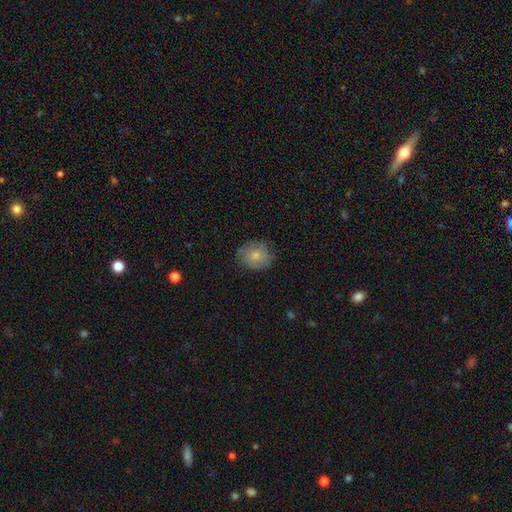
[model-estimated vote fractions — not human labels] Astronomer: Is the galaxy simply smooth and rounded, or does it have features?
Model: smooth — 75%.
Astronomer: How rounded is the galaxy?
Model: round — 72%.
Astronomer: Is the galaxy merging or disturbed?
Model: none — 79%.